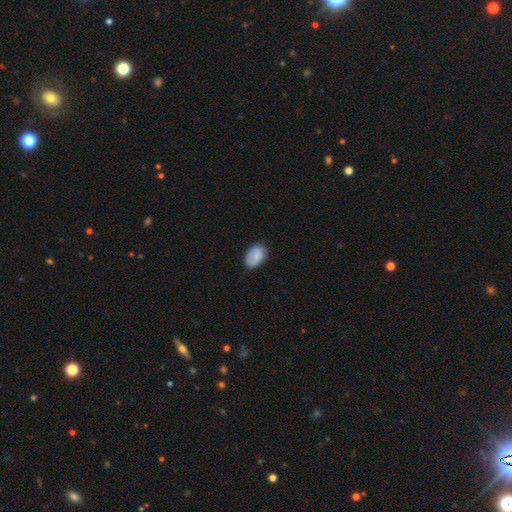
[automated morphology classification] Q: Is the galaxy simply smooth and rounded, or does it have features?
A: smooth — 81%.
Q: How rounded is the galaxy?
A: in between — 84%.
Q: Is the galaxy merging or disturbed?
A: none — 74%.